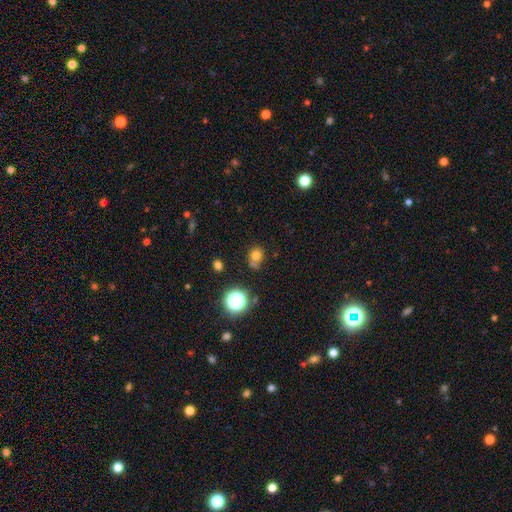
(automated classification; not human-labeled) A smooth galaxy with no disk features (73%) that is round (78%). Merging: none (58%).